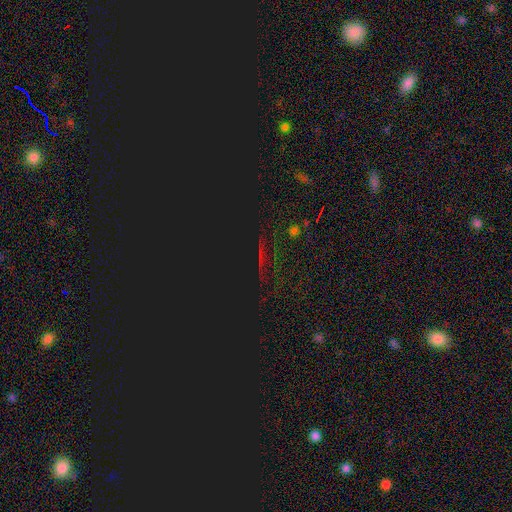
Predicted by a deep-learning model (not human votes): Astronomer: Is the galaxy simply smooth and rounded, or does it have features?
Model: star or artifact — 85%.